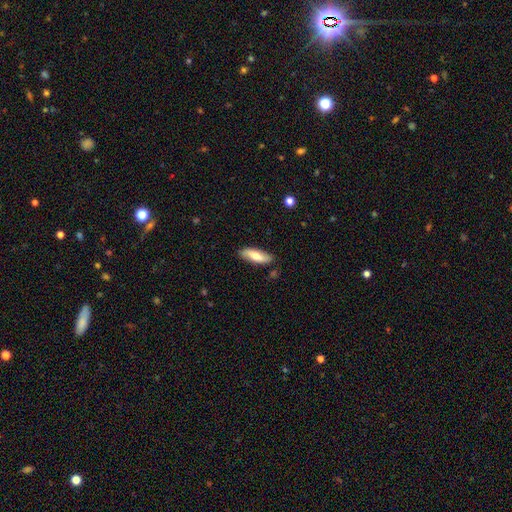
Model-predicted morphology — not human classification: Smooth or featured?
  - smooth: 66% *
  - featured or disk: 28%
  - star or artifact: 6%
How rounded?
  - in between: 59% *
  - cigar-shaped: 39%
  - round: 2%
Merging?
  - none: 84% *
  - minor disturbance: 12%
  - major disturbance: 2%
  - merger: 2%